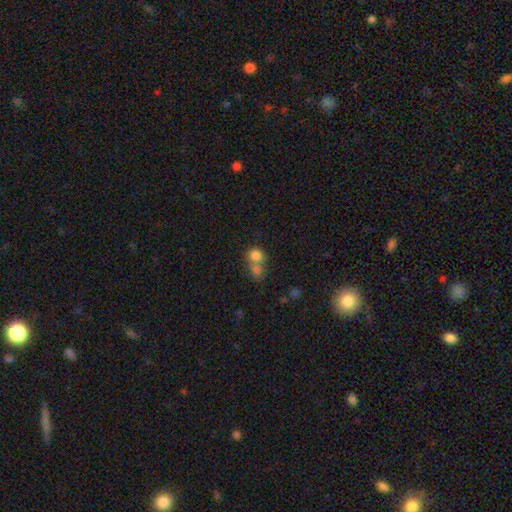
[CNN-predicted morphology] Smooth or featured? Predicted: smooth (p=0.79). How rounded? Predicted: round (p=0.69). Merging? Predicted: merger (p=0.61).